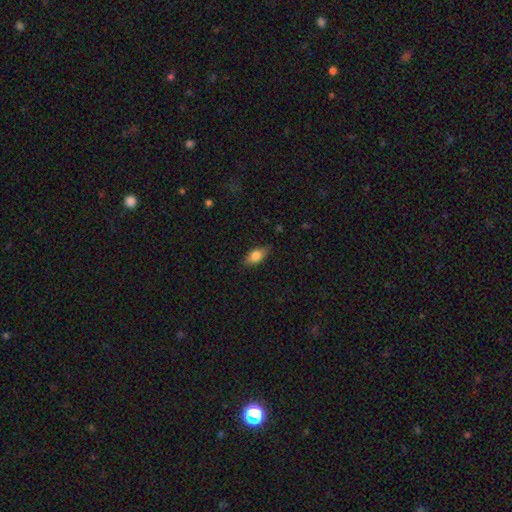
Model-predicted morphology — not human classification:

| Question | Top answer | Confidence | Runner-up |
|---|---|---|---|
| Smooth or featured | smooth | 78% | featured or disk (15%) |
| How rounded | in between | 84% | cigar-shaped (11%) |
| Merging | none | 83% | minor disturbance (13%) |